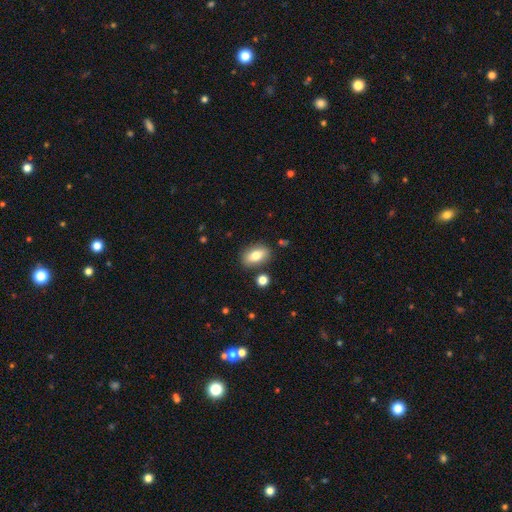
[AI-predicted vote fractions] smooth-or-featured: smooth: 77% | featured or disk: 15% | star or artifact: 8%
  how-rounded: in between: 87% | round: 9% | cigar-shaped: 4%
  merging: none: 80% | minor disturbance: 12% | merger: 5% | major disturbance: 3%